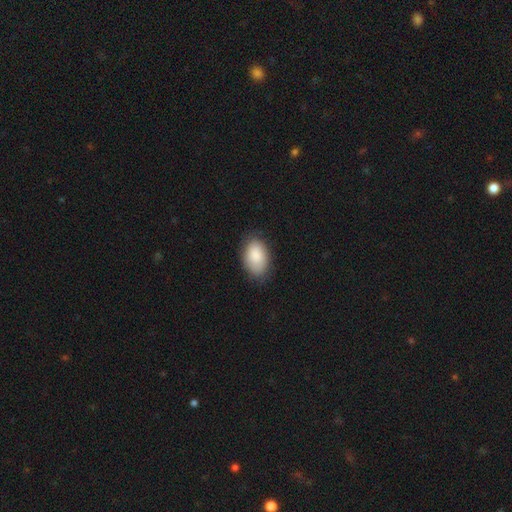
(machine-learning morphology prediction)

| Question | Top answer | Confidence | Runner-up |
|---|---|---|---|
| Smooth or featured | smooth | 87% | featured or disk (7%) |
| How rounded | in between | 90% | round (8%) |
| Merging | none | 80% | minor disturbance (15%) |